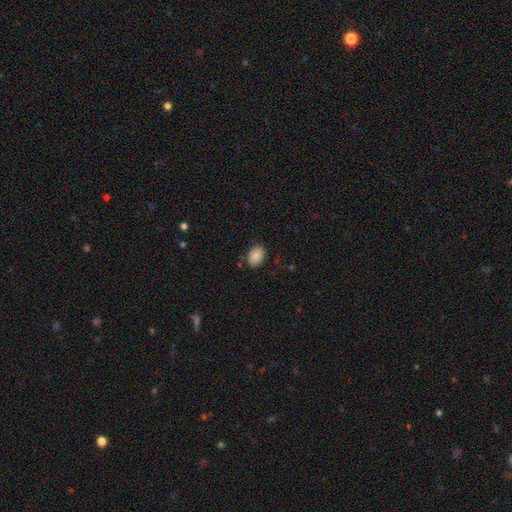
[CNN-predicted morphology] This is clearly a smooth galaxy (88%). How rounded: clearly in between (82%). Merging: clearly none (85%).